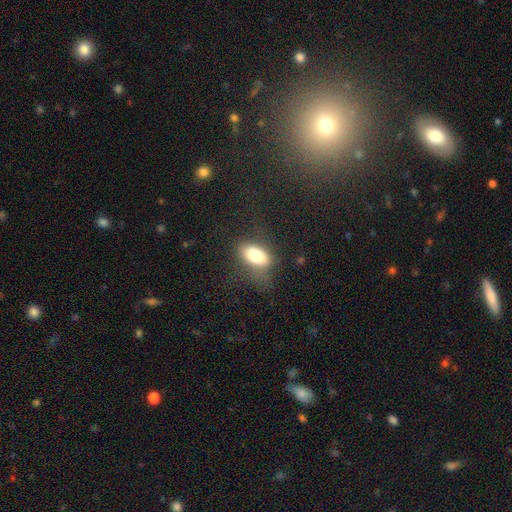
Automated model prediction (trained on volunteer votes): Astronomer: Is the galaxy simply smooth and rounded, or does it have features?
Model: smooth — 76%.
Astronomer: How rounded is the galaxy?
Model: in between — 88%.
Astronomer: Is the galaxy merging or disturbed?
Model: none — 61%.